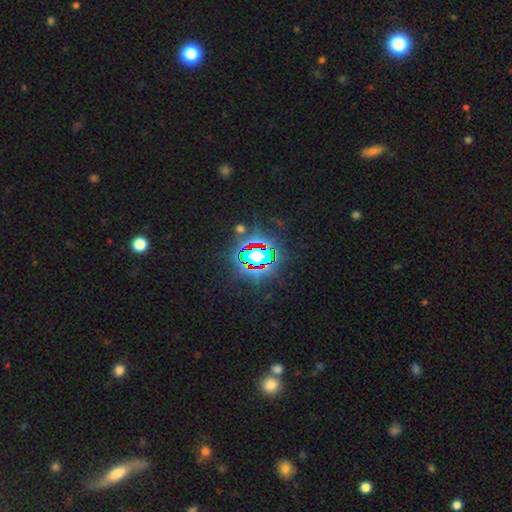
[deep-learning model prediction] Smooth or featured: star or artifact — 73% (smooth — 15%)